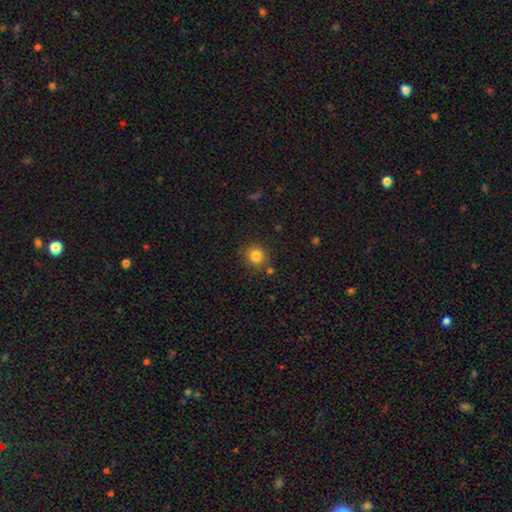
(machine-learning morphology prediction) type=smooth (83%); roundness=round (83%); merging=none (82%).